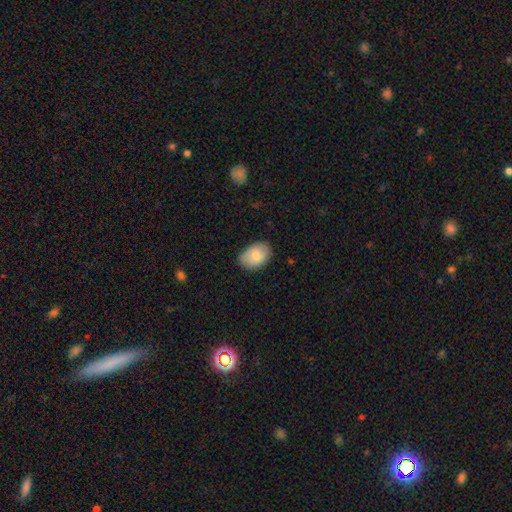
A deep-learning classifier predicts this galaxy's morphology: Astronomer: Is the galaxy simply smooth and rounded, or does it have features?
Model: smooth — 79%.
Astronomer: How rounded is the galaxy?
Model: in between — 85%.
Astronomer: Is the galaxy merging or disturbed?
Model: none — 80%.